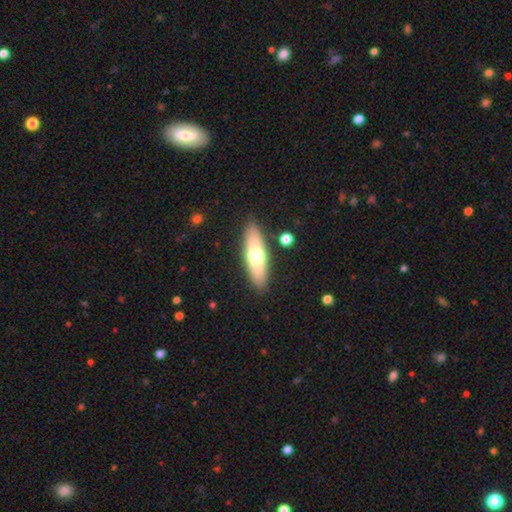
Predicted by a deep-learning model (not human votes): This is possibly a smooth galaxy (56%). How rounded: possibly cigar-shaped (54%). Merging: clearly none (88%).